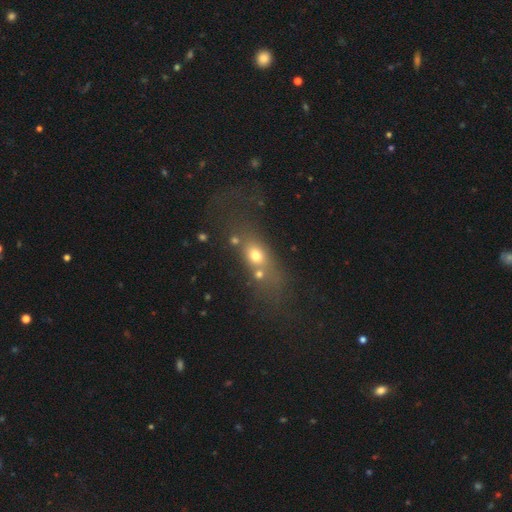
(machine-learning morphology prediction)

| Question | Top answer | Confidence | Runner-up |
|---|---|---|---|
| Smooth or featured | smooth | 61% | featured or disk (21%) |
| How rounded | in between | 55% | round (28%) |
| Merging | none | 43% | merger (27%) |